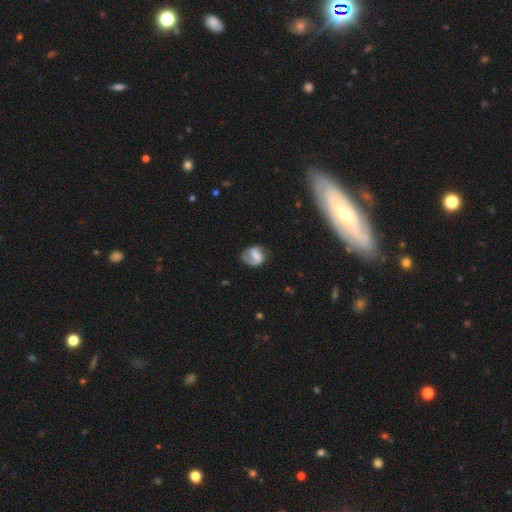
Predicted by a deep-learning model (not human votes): Smooth or featured?
  - featured or disk: 56% *
  - smooth: 36%
  - star or artifact: 8%
Edge-on disk?
  - no: 97% *
  - yes: 3%
Bar?
  - weak: 43% *
  - strong: 30%
  - no: 27%
Spiral arms?
  - yes: 82% *
  - no: 18%
Bulge size?
  - none: 36% *
  - small: 29%
  - moderate: 23%
  - large: 9%
  - dominant: 2%
Merging?
  - none: 58% *
  - minor disturbance: 25%
  - major disturbance: 15%
  - merger: 2%